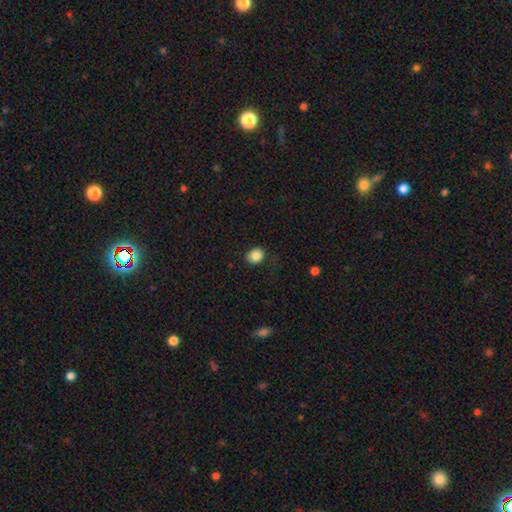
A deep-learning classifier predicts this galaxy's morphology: smooth_or_featured: smooth (p=0.86) [alt: star or artifact p=0.09]
how_rounded: round (p=0.57) [alt: in between p=0.42]
merging: none (p=0.81) [alt: minor disturbance p=0.14]